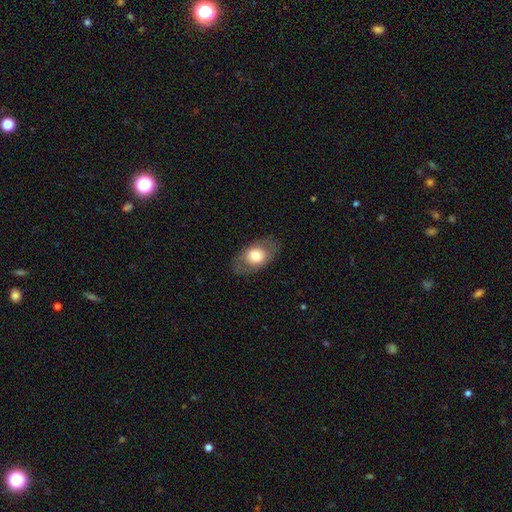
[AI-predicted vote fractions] Smooth or featured? Predicted: smooth (p=0.64). How rounded? Predicted: in between (p=0.82). Merging? Predicted: none (p=0.81).